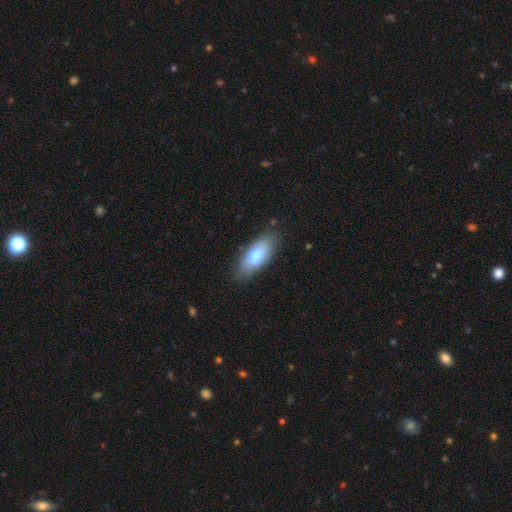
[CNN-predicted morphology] Smooth or featured: smooth — 79% (featured or disk — 15%)
How rounded: in between — 81% (cigar-shaped — 17%)
Merging: none — 80% (minor disturbance — 15%)